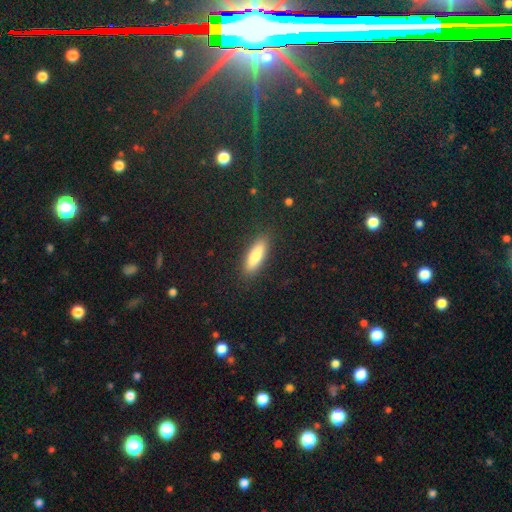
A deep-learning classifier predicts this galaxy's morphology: Smooth or featured?
  - smooth: 80% *
  - featured or disk: 13%
  - star or artifact: 8%
How rounded?
  - cigar-shaped: 50% *
  - in between: 48%
  - round: 2%
Merging?
  - none: 88% *
  - minor disturbance: 8%
  - major disturbance: 2%
  - merger: 1%